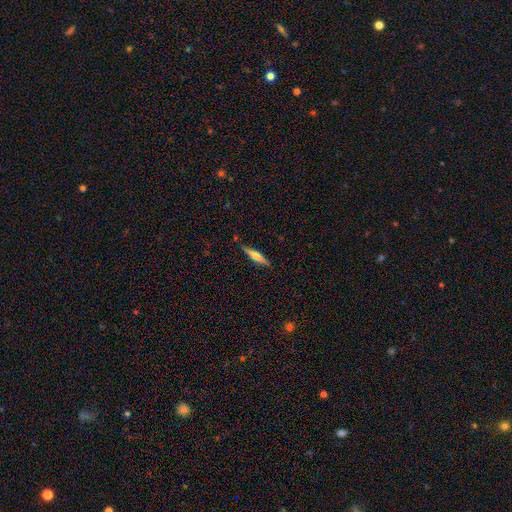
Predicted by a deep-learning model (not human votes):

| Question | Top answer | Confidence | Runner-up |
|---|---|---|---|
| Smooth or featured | featured or disk | 55% | smooth (39%) |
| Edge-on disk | yes | 96% | no (4%) |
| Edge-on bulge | rounded | 84% | boxy (9%) |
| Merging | none | 85% | minor disturbance (11%) |